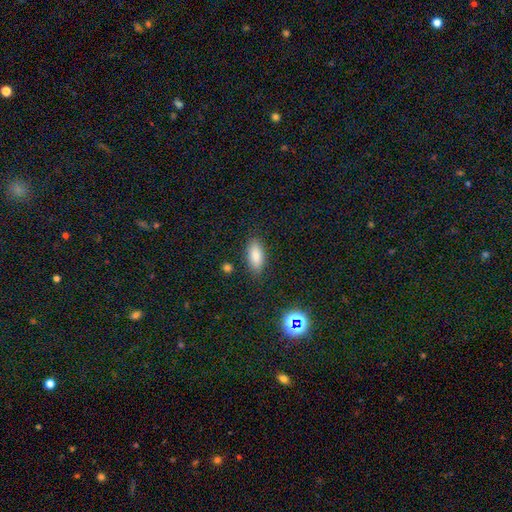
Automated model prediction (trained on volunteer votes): smooth_or_featured: smooth (p=0.83) [alt: star or artifact p=0.09]
how_rounded: in between (p=0.84) [alt: cigar-shaped p=0.13]
merging: none (p=0.85) [alt: minor disturbance p=0.10]